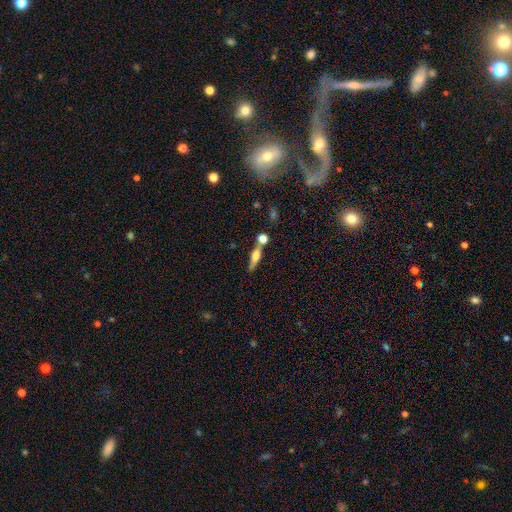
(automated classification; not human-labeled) Smooth or featured? Predicted: smooth (p=0.49). Merging? Predicted: none (p=0.58).